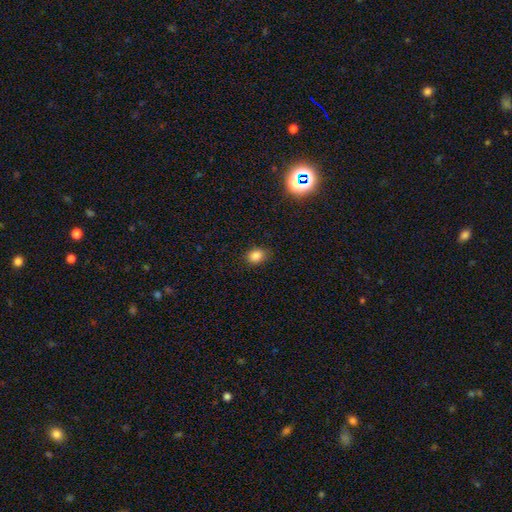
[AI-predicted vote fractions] This appears to be a smooth galaxy with no disk features (84%) that is in between round and cigar-shaped (59%). Merging: none (84%).